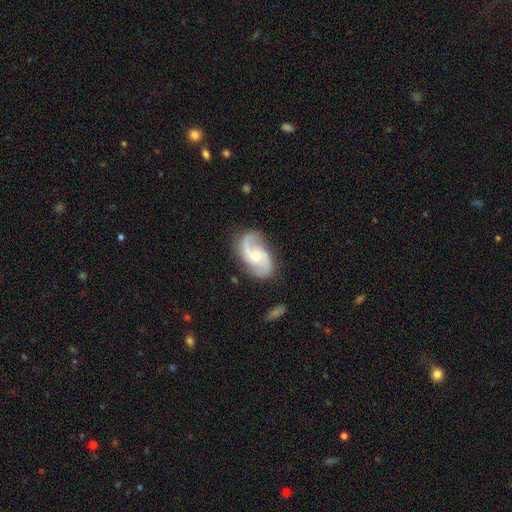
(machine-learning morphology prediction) Smooth or featured? featured or disk (85%)
Edge-on disk? no (97%)
Bar? no (56%)
Spiral arms? yes (96%)
Spiral winding? medium (47%)
Spiral arm count? 2 (89%)
Bulge size? moderate (52%)
Merging? none (77%)